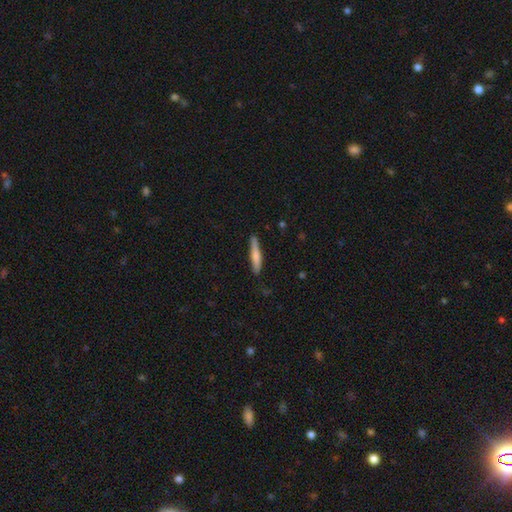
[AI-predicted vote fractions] The model was most divided on "smooth or featured": smooth: 67%, featured or disk: 28%, star or artifact: 5%. More confident: how rounded — cigar-shaped (91%); merging — none (83%).